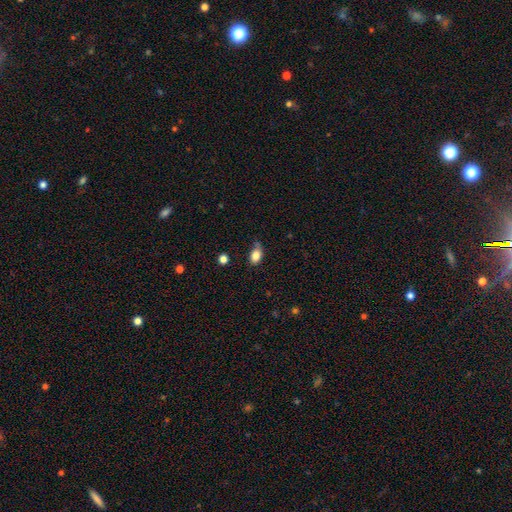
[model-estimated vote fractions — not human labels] Q: Smooth or featured?
A: smooth (83%); runner-up: star or artifact (9%)
Q: How rounded?
A: in between (82%); runner-up: round (16%)
Q: Merging?
A: none (58%); runner-up: minor disturbance (31%)